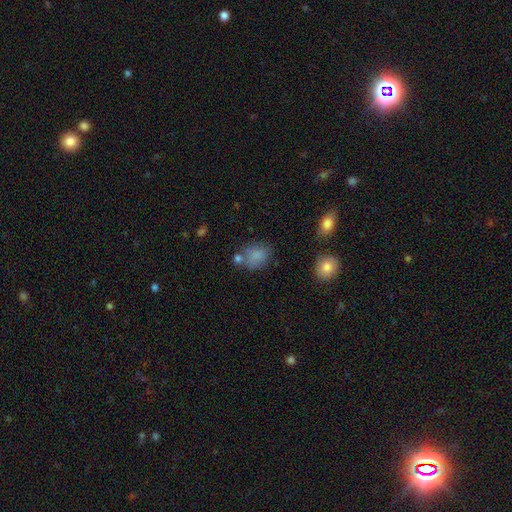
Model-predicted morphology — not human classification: Smooth or featured?
  - smooth: 79% *
  - star or artifact: 11%
  - featured or disk: 10%
How rounded?
  - in between: 51% *
  - round: 48%
  - cigar-shaped: 1%
Merging?
  - none: 56% *
  - minor disturbance: 20%
  - merger: 15%
  - major disturbance: 8%